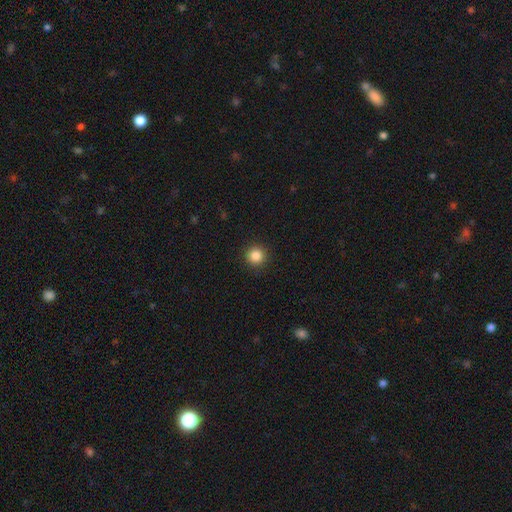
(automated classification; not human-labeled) The model was most divided on "smooth or featured": smooth: 85%, star or artifact: 11%, featured or disk: 4%. More confident: how rounded — round (95%); merging — none (92%).